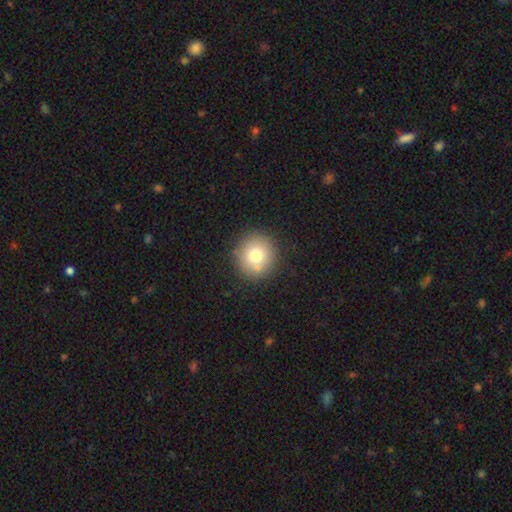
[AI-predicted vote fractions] smooth 74%, featured or disk 14%, star or artifact 12%. Down the decision tree: how rounded — round (90%); merging — none (80%).